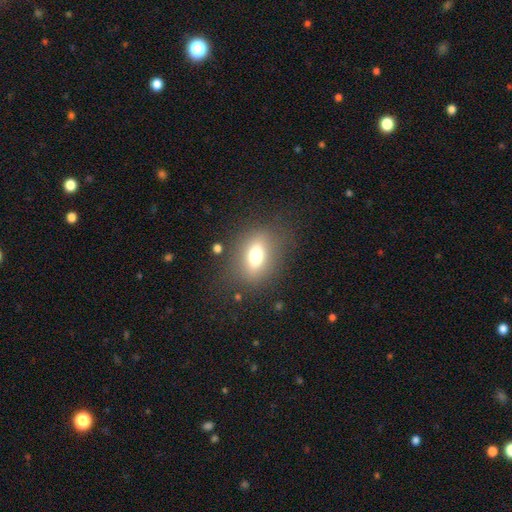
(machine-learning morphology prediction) smooth-or-featured: smooth: 68% | featured or disk: 21% | star or artifact: 12%
  how-rounded: in between: 72% | round: 22% | cigar-shaped: 6%
  merging: none: 78% | minor disturbance: 12% | major disturbance: 7% | merger: 2%